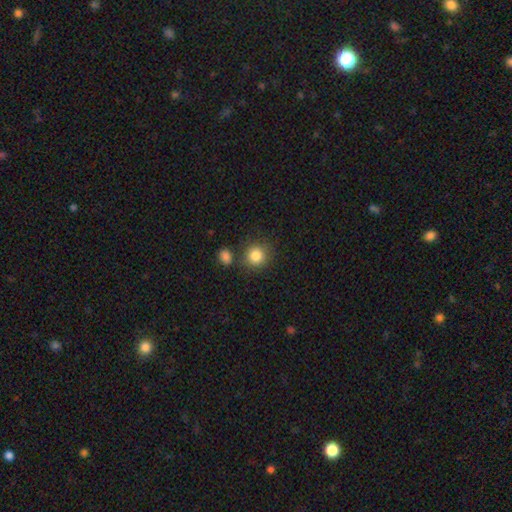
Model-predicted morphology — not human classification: smooth-or-featured: smooth: 85% | star or artifact: 10% | featured or disk: 5%
  how-rounded: round: 88% | in between: 11% | cigar-shaped: 1%
  merging: none: 74% | merger: 12% | minor disturbance: 10% | major disturbance: 4%